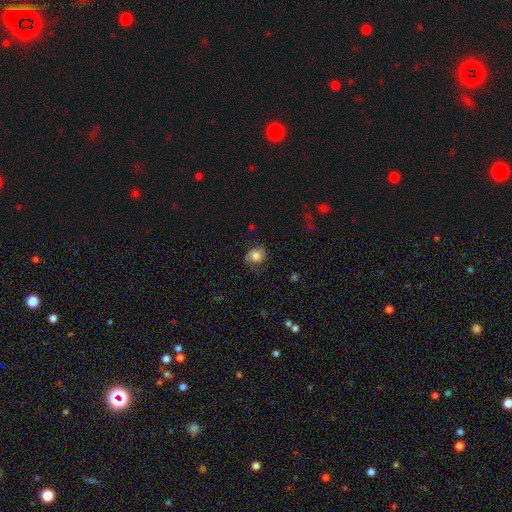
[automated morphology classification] This appears to be a smooth galaxy with no disk features (57%) that is round (68%). Merging: none (60%).